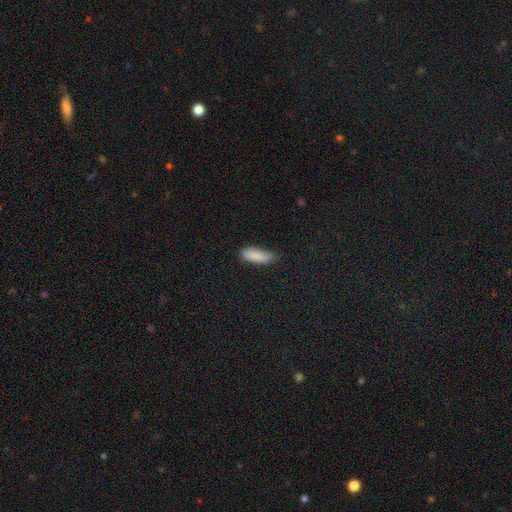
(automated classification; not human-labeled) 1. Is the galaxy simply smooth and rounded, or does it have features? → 88% smooth, 7% star or artifact, 5% featured or disk.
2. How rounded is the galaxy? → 63% in between, 35% cigar-shaped, 2% round.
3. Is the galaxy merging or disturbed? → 66% none, 27% minor disturbance, 5% major disturbance, 2% merger.